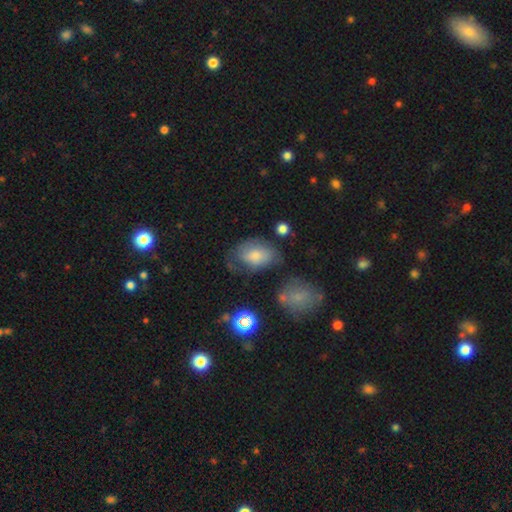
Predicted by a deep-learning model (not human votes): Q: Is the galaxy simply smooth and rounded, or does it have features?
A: smooth — 65%.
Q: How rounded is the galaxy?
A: in between — 85%.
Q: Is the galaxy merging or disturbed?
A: none — 45%.